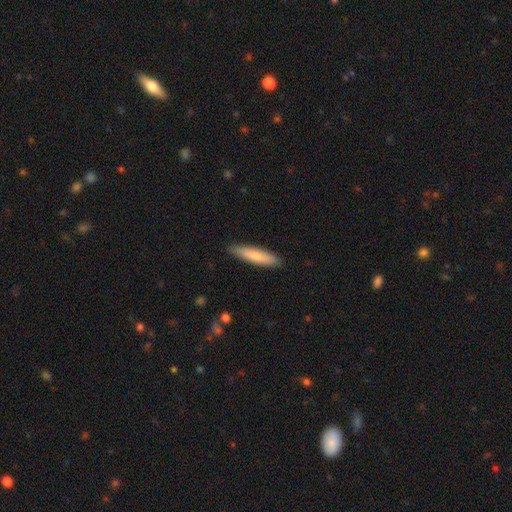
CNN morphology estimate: smooth-or-featured: smooth: 77% | featured or disk: 18% | star or artifact: 5%
  how-rounded: cigar-shaped: 82% | in between: 17% | round: 1%
  merging: none: 88% | minor disturbance: 9% | major disturbance: 2% | merger: 1%